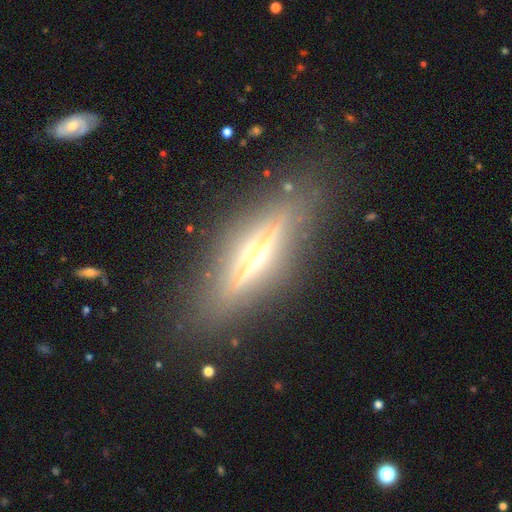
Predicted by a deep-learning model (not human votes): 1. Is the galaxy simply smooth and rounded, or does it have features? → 79% featured or disk, 13% smooth, 8% star or artifact.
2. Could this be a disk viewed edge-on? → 95% yes, 5% no.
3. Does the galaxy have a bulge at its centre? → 86% rounded, 9% none, 6% boxy.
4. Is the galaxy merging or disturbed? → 84% none, 11% minor disturbance, 4% major disturbance, 1% merger.